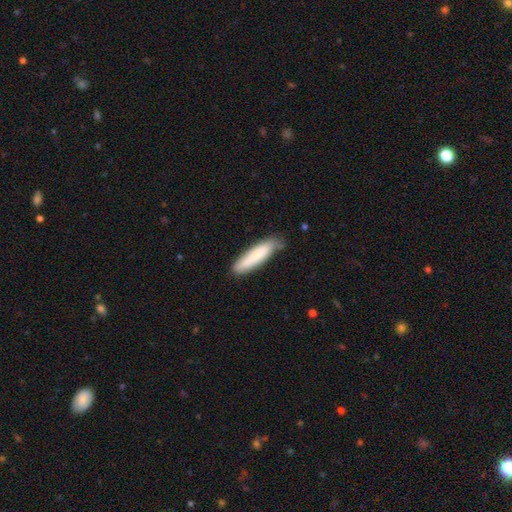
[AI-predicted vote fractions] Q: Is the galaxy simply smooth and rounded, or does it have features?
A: smooth — 78%.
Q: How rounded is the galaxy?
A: cigar-shaped — 77%.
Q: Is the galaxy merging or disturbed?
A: none — 73%.